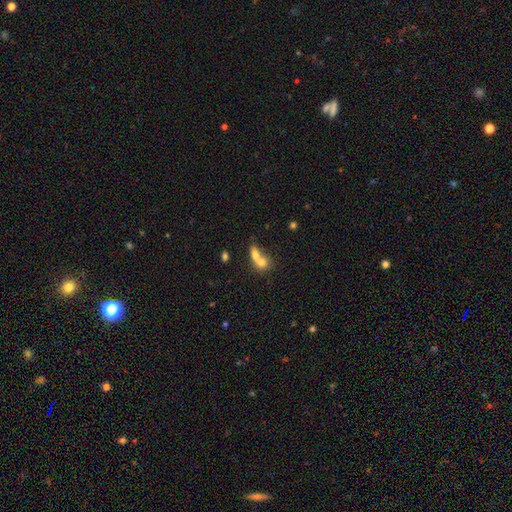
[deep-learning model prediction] Morphology: type=smooth (70%); roundness=in between (52%); merging=merger (71%).